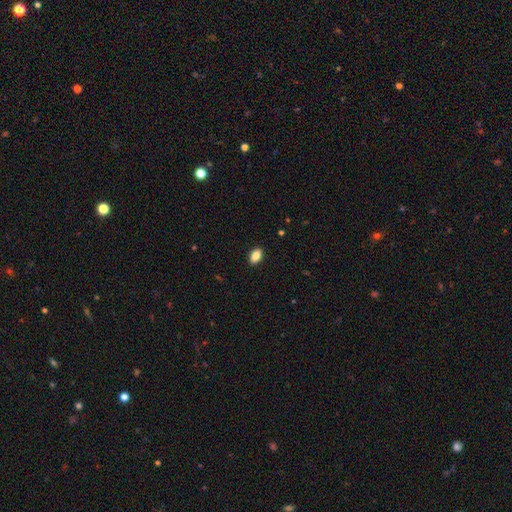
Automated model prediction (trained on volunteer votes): smooth_or_featured: smooth (p=0.86) [alt: star or artifact p=0.08]
how_rounded: in between (p=0.87) [alt: round p=0.11]
merging: none (p=0.90) [alt: minor disturbance p=0.07]